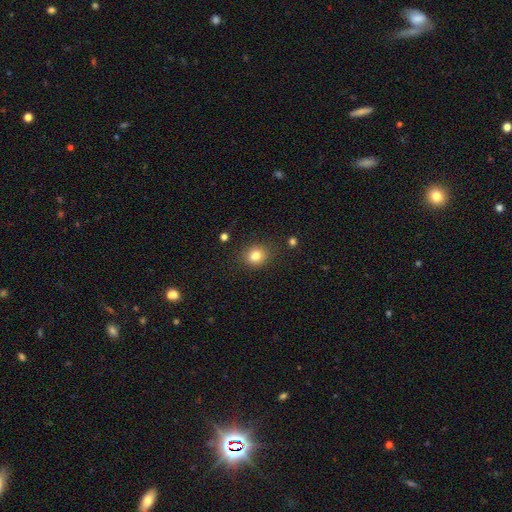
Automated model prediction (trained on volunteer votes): Q: Smooth or featured?
A: smooth (81%); runner-up: star or artifact (12%)
Q: How rounded?
A: round (71%); runner-up: in between (28%)
Q: Merging?
A: none (83%); runner-up: minor disturbance (11%)